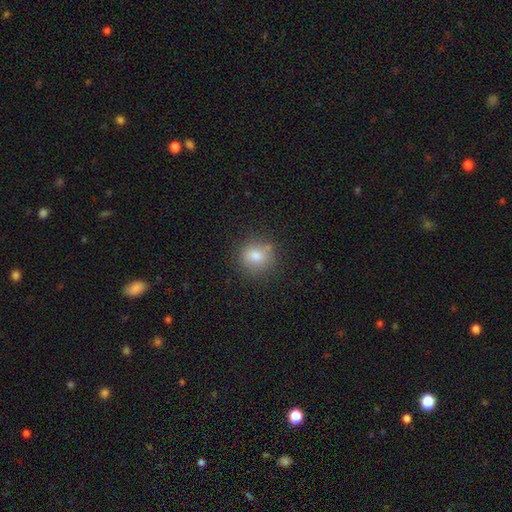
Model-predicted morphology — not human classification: Overall: smooth (78%). How rounded: round (87%). Merging: none (79%).